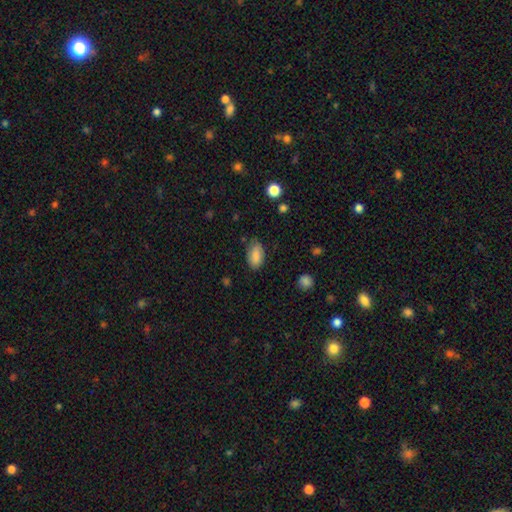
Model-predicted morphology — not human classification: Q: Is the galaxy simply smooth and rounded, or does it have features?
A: smooth — 85%.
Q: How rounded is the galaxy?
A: in between — 93%.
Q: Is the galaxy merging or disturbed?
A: none — 77%.